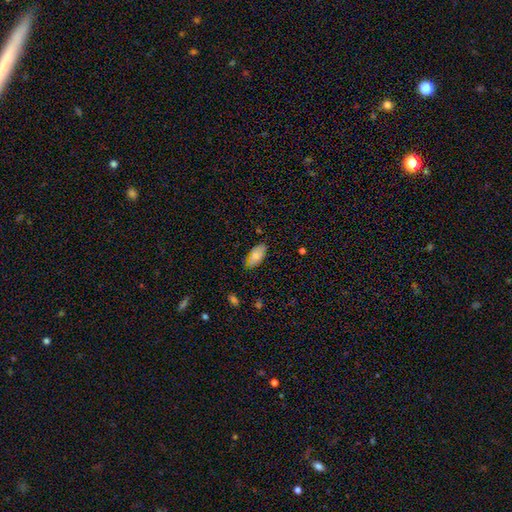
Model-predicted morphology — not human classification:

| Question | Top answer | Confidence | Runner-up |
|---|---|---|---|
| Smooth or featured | smooth | 80% | featured or disk (13%) |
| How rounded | in between | 92% | cigar-shaped (5%) |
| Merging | none | 79% | minor disturbance (17%) |